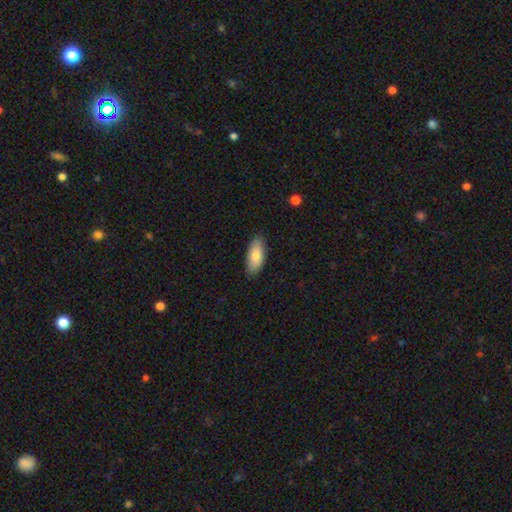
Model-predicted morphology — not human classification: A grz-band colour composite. It shows a smooth galaxy with no disk features (82%) that is in between round and cigar-shaped (85%). Merging: none (85%).